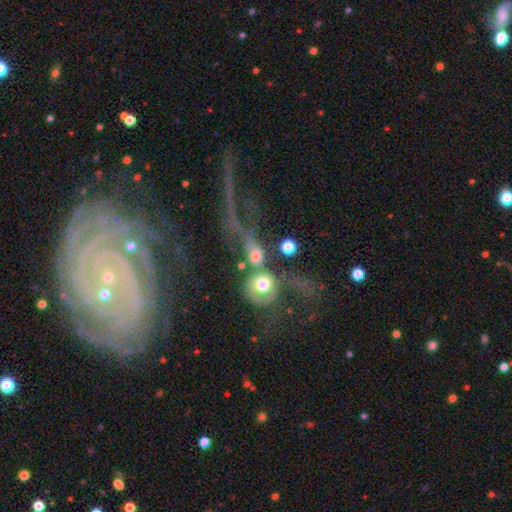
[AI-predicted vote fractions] Smooth or featured? smooth (48%)
Merging? merger (51%)